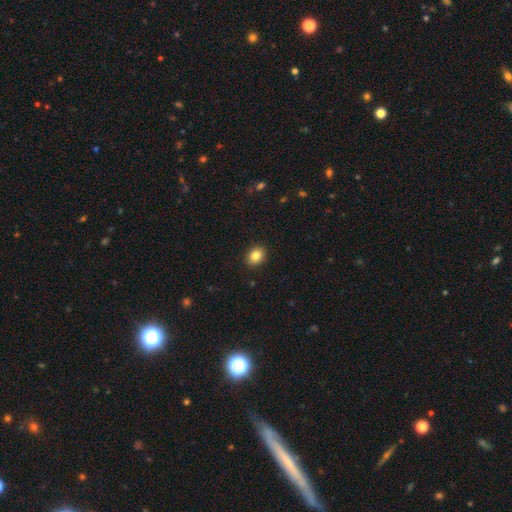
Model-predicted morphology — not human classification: Smooth or featured: smooth — 85% (star or artifact — 9%)
How rounded: in between — 59% (round — 40%)
Merging: none — 90% (minor disturbance — 7%)